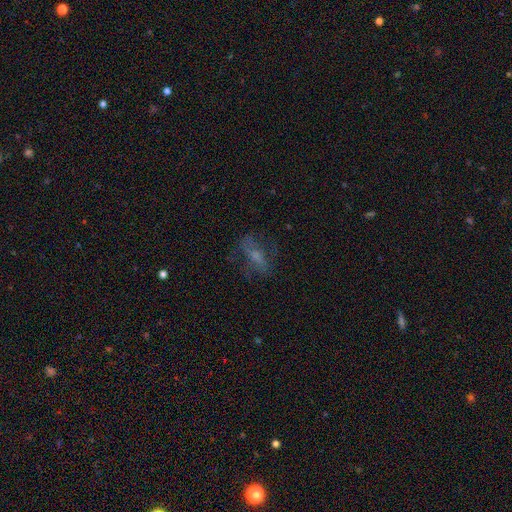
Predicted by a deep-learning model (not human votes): smooth-or-featured: smooth: 43% | featured or disk: 41% | star or artifact: 16%
  merging: none: 59% | major disturbance: 20% | minor disturbance: 20% | merger: 2%